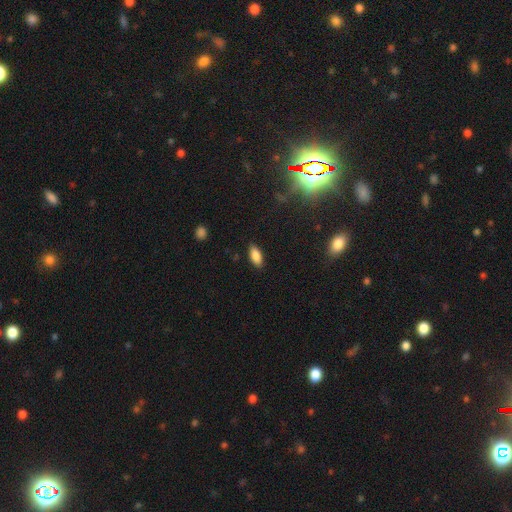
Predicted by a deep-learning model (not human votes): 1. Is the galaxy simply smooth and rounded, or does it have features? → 86% smooth, 8% star or artifact, 6% featured or disk.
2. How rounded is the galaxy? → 86% in between, 12% cigar-shaped, 2% round.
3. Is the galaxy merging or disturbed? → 86% none, 11% minor disturbance, 2% major disturbance, 1% merger.